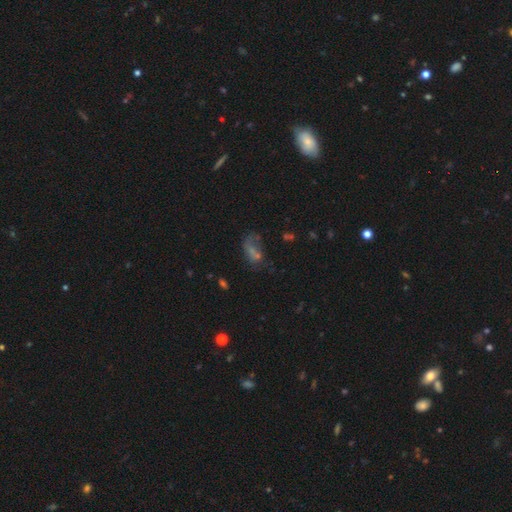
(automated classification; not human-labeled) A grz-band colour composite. It shows a smooth galaxy with no disk features (38%). Merging: major disturbance (37%).